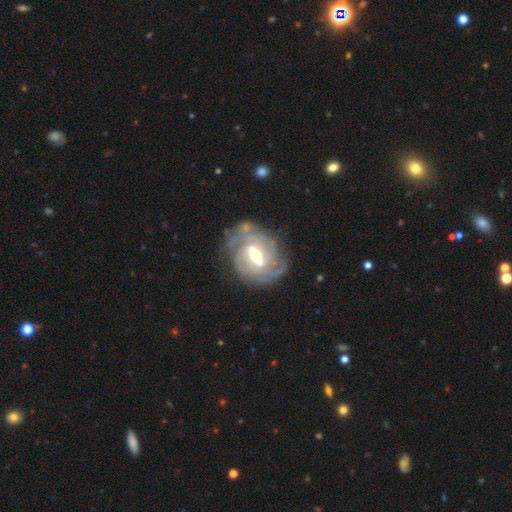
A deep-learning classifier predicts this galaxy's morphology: type=featured or disk (86%); edge-on=no (97%); bar=weak (46%); spiral arms=yes (93%); winding=tight (60%); arm count=2 (36%); bulge=moderate (60%); merging=none (68%).